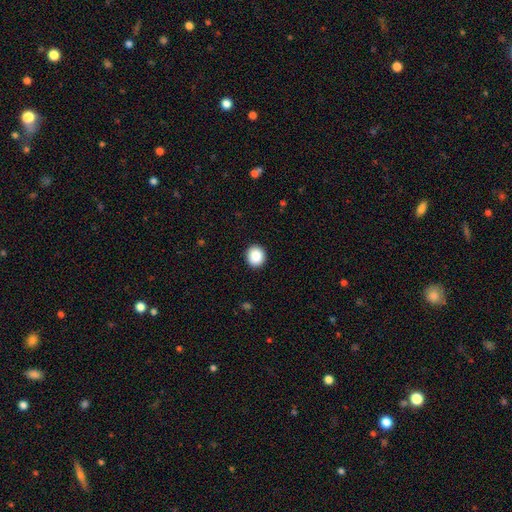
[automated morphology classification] Q: Smooth or featured?
A: smooth (88%); runner-up: star or artifact (8%)
Q: How rounded?
A: round (85%); runner-up: in between (14%)
Q: Merging?
A: none (92%); runner-up: minor disturbance (5%)